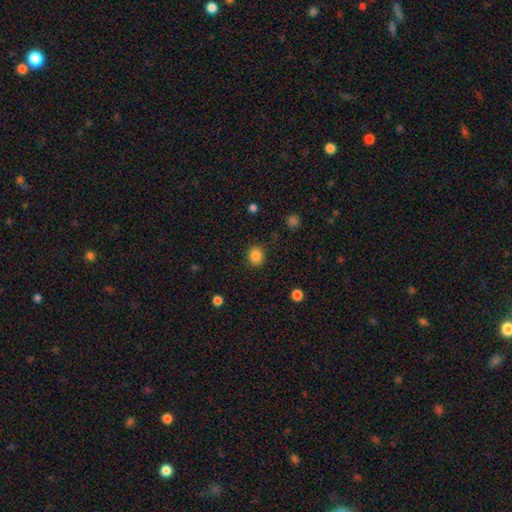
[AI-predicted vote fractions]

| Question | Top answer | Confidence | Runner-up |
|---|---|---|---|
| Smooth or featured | smooth | 85% | star or artifact (11%) |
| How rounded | round | 80% | in between (19%) |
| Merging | none | 87% | minor disturbance (8%) |